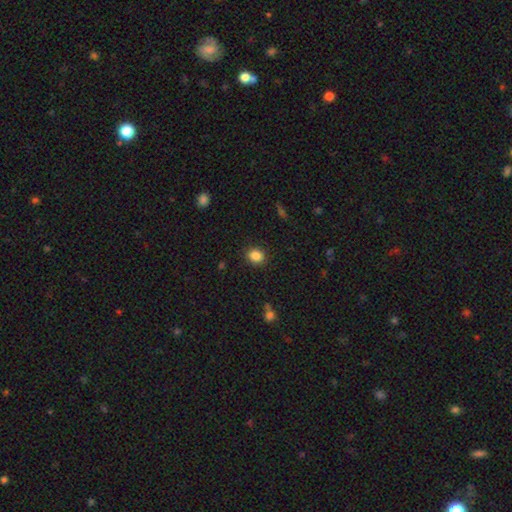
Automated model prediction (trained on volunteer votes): Smooth or featured? smooth (86%)
How rounded? round (68%)
Merging? none (89%)